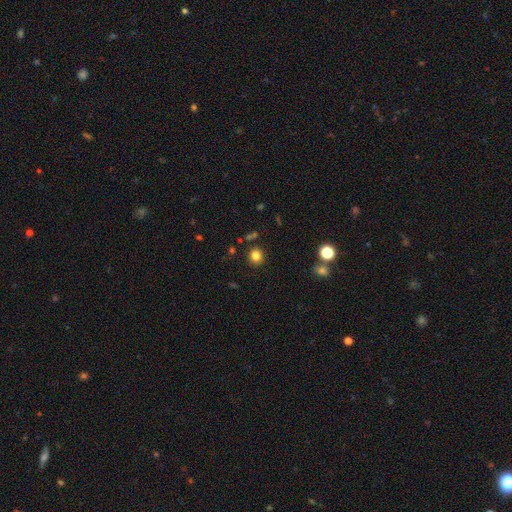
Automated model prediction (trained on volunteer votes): Smooth or featured? smooth (81%)
How rounded? round (89%)
Merging? none (88%)